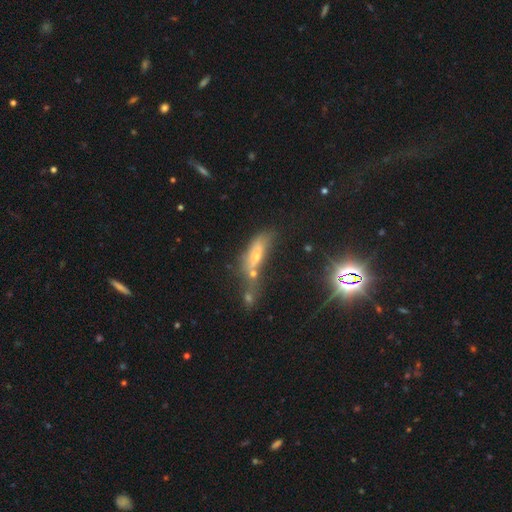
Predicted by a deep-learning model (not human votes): Smooth or featured: smooth — 44% (featured or disk — 33%)
Merging: merger — 43% (none — 24%)